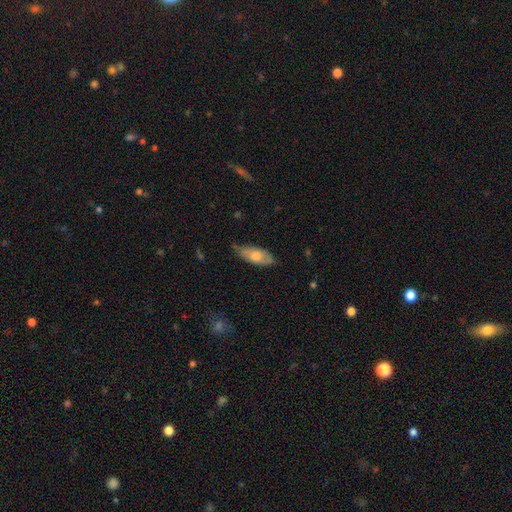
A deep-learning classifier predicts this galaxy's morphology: A smooth galaxy with no disk features (65%) that is in between round and cigar-shaped (81%).

Vote fractions:
- Smooth or featured? smooth: 65% / featured or disk: 29% / star or artifact: 6%
- How rounded? in between: 81% / cigar-shaped: 17% / round: 2%
- Merging? none: 62% / minor disturbance: 31% / major disturbance: 5% / merger: 2%